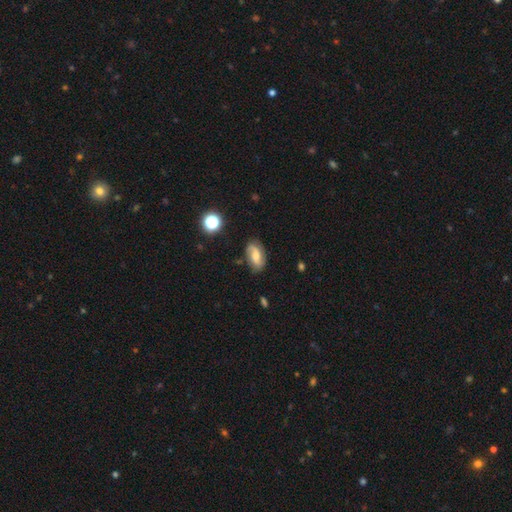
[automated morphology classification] featured or disk 52%, smooth 39%, star or artifact 9%. Down the decision tree: edge-on disk — no (93%); merging — none (74%).